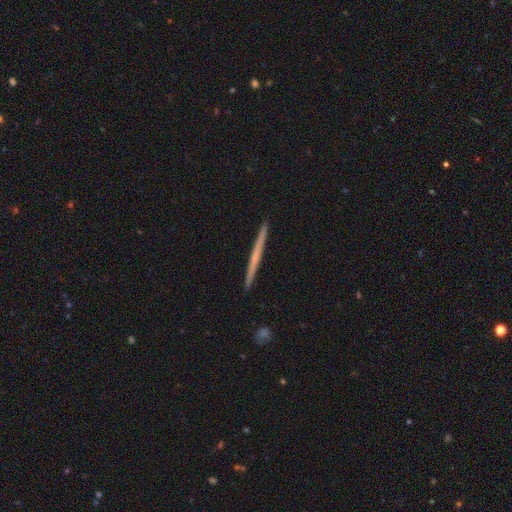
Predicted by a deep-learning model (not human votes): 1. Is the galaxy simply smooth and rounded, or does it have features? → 59% featured or disk, 36% smooth, 5% star or artifact.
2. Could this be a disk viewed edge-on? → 98% yes, 2% no.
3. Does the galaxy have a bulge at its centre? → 78% none, 17% rounded, 4% boxy.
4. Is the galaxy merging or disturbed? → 93% none, 5% minor disturbance, 1% major disturbance, 1% merger.